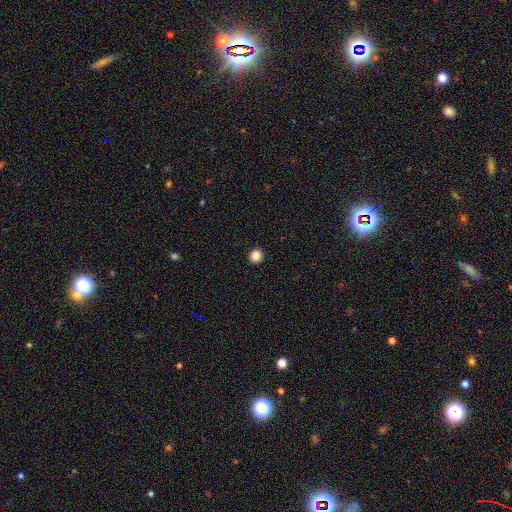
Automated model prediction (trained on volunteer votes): smooth-or-featured: smooth: 87% | star or artifact: 10% | featured or disk: 3%
  how-rounded: round: 89% | in between: 10% | cigar-shaped: 1%
  merging: none: 93% | minor disturbance: 5% | major disturbance: 2% | merger: 1%